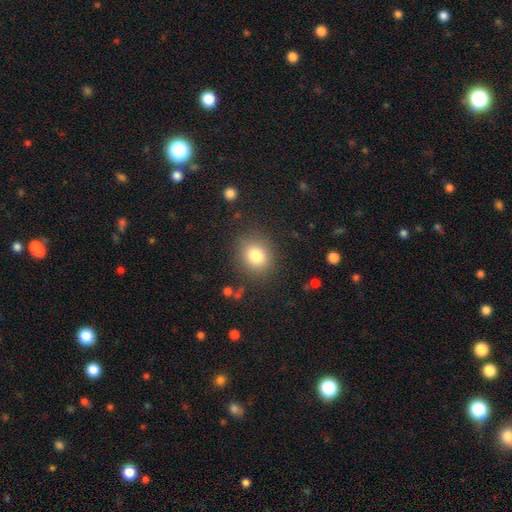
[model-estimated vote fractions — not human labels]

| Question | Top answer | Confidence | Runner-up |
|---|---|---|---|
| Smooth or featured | smooth | 80% | star or artifact (12%) |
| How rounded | round | 71% | in between (28%) |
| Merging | none | 85% | minor disturbance (10%) |